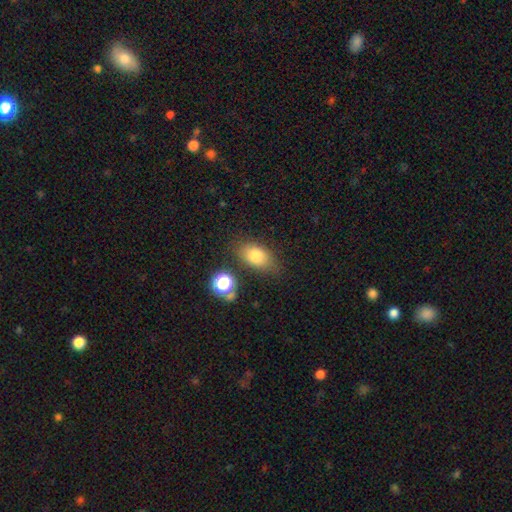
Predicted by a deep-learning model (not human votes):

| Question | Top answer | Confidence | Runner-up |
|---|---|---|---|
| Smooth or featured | smooth | 79% | featured or disk (11%) |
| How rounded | in between | 84% | round (13%) |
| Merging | none | 73% | minor disturbance (17%) |